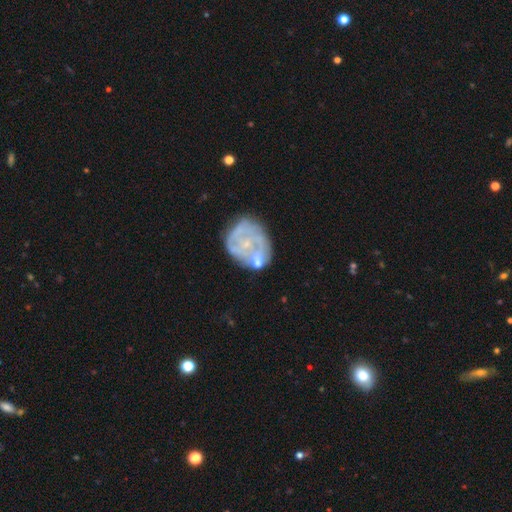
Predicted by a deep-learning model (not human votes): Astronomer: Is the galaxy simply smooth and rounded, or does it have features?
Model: featured or disk — 68%.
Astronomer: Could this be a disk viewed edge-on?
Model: no — 98%.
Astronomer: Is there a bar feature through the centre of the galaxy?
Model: no — 81%.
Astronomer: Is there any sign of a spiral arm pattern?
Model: no — 51% (runner-up: yes, 49%).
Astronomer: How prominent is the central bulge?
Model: small — 59%.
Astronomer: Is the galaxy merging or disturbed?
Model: none — 47% (runner-up: minor disturbance, 22%).